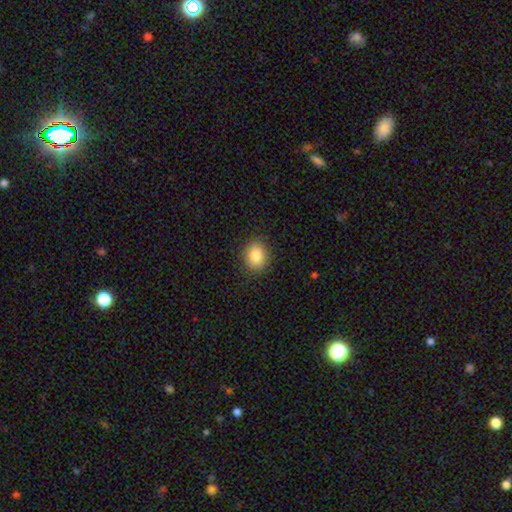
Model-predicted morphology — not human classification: Smooth or featured: smooth — 85% (star or artifact — 9%)
How rounded: round — 57% (in between — 42%)
Merging: none — 88% (minor disturbance — 9%)